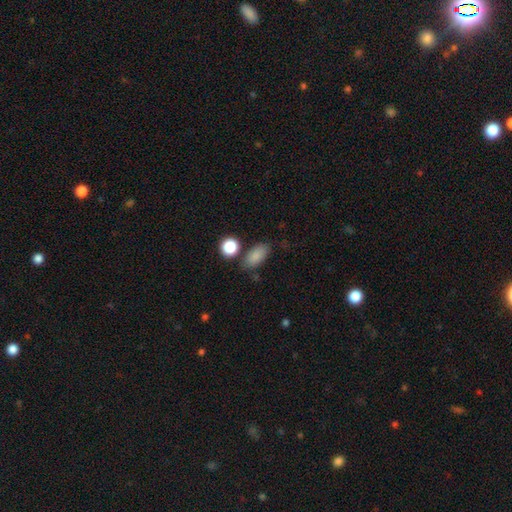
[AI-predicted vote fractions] smooth_or_featured: smooth (p=0.86) [alt: star or artifact p=0.09]
how_rounded: in between (p=0.87) [alt: round p=0.08]
merging: none (p=0.73) [alt: minor disturbance p=0.16]